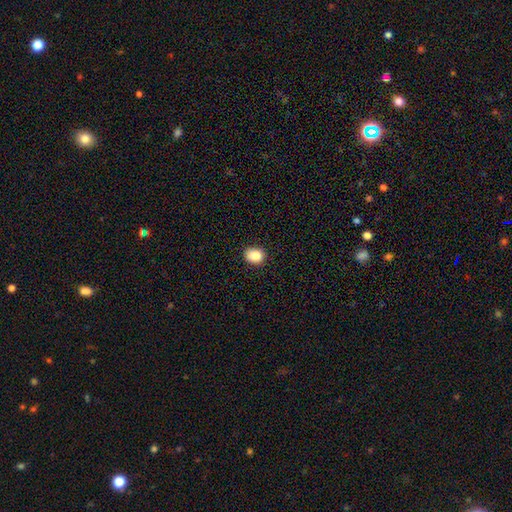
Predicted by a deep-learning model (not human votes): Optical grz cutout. It shows a smooth galaxy with no disk features (86%) that is round (51%). Merging: none (83%).